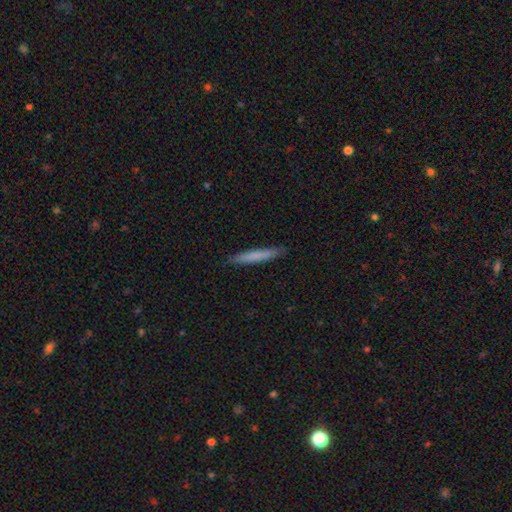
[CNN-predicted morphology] Overall: smooth (74%). How rounded: cigar-shaped (96%). Merging: none (91%).